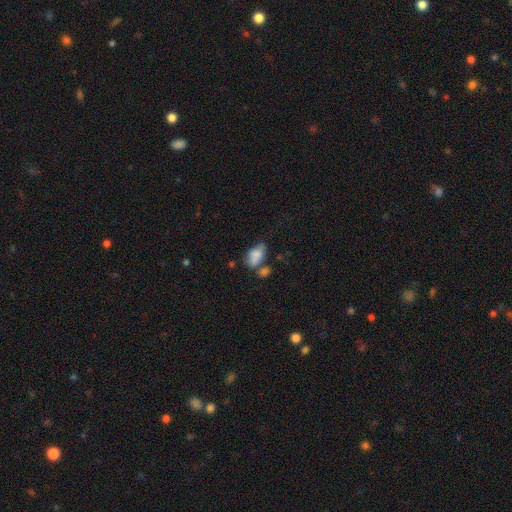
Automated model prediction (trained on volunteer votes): This is likely a smooth galaxy (79%). How rounded: clearly in between (91%). Merging: marginally none (41%).